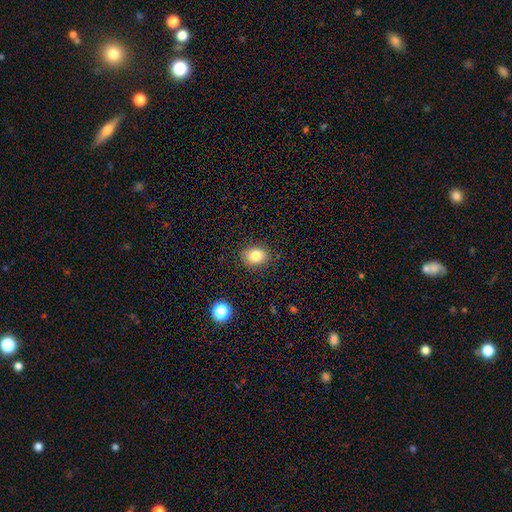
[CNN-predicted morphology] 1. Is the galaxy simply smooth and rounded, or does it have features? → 82% smooth, 10% star or artifact, 8% featured or disk.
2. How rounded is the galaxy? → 58% in between, 41% round, 1% cigar-shaped.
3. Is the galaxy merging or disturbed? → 87% none, 9% minor disturbance, 3% major disturbance, 1% merger.